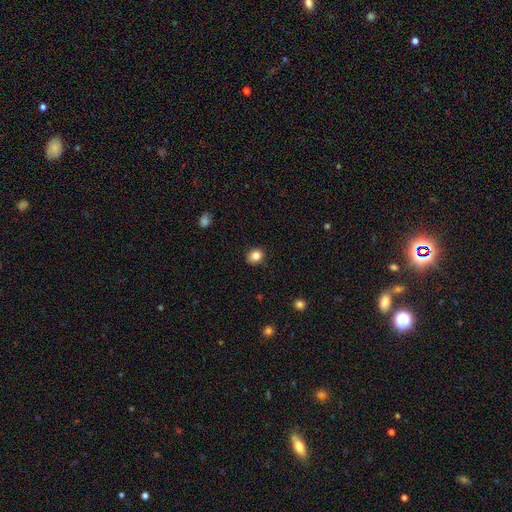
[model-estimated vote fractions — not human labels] smooth-or-featured: smooth: 83% | star or artifact: 11% | featured or disk: 6%
  how-rounded: round: 69% | in between: 30% | cigar-shaped: 1%
  merging: none: 89% | minor disturbance: 8% | major disturbance: 2% | merger: 1%